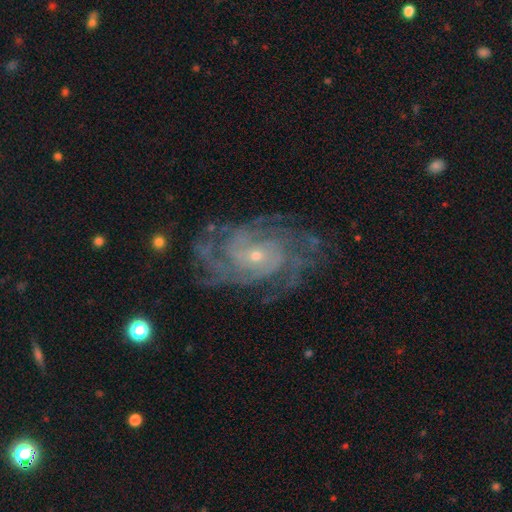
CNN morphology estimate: A featured or disk galaxy (89%) with no bar (71%), tight (65%) spiral arms (97%) and a small central bulge (75%). Merging: none (74%).